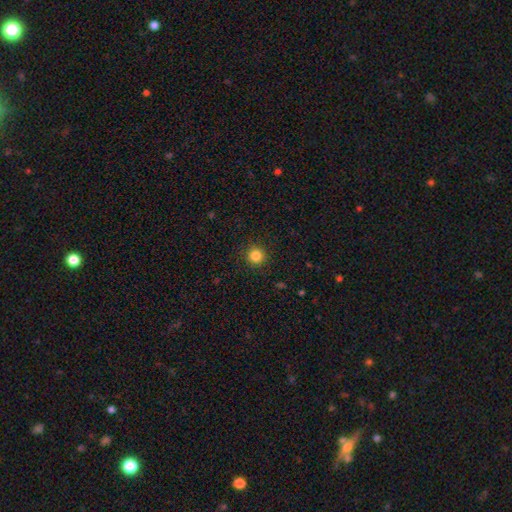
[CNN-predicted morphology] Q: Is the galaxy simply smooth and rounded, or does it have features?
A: smooth — 84%.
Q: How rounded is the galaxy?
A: round — 94%.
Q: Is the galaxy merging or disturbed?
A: none — 91%.